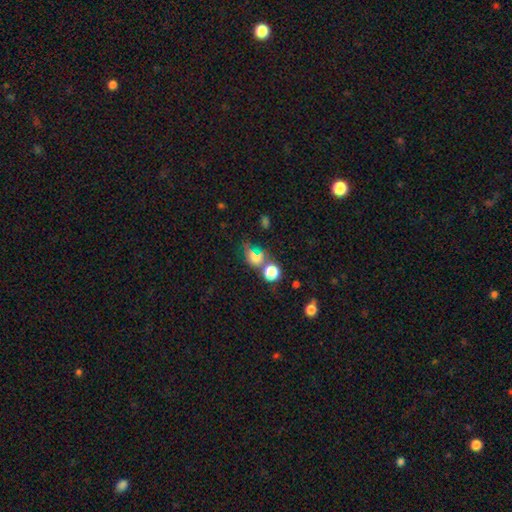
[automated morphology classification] smooth 58%, star or artifact 31%, featured or disk 11%. Down the decision tree: how rounded — round (52%); merging — none (51%).